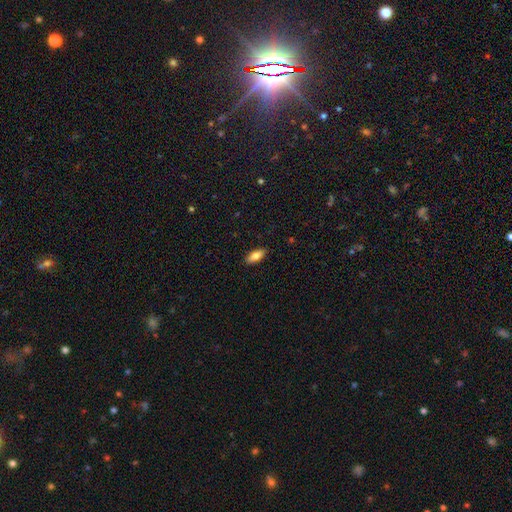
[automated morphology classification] This is clearly a smooth galaxy (81%). How rounded: clearly in between (80%). Merging: clearly none (89%).